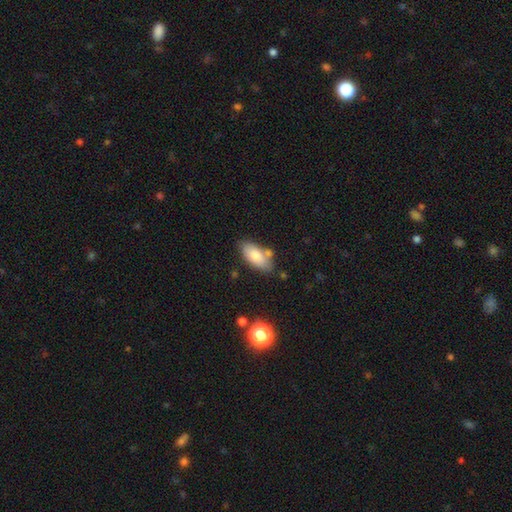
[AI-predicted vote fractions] Q: Smooth or featured?
A: smooth (79%); runner-up: featured or disk (13%)
Q: How rounded?
A: in between (89%); runner-up: cigar-shaped (9%)
Q: Merging?
A: none (70%); runner-up: minor disturbance (16%)